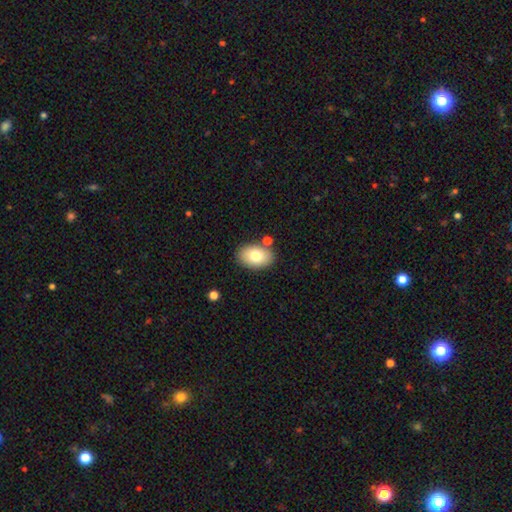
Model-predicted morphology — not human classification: type=smooth (78%); roundness=in between (87%); merging=none (81%).